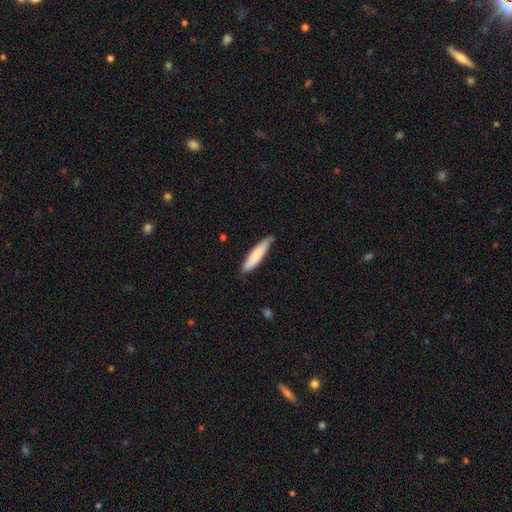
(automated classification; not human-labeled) smooth 80%, featured or disk 14%, star or artifact 5%. Down the decision tree: how rounded — cigar-shaped (84%); merging — none (77%).